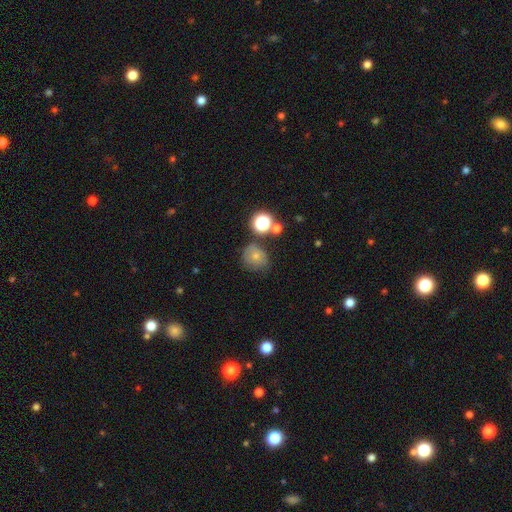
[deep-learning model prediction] Smooth or featured? smooth (65%)
How rounded? round (74%)
Merging? none (60%)